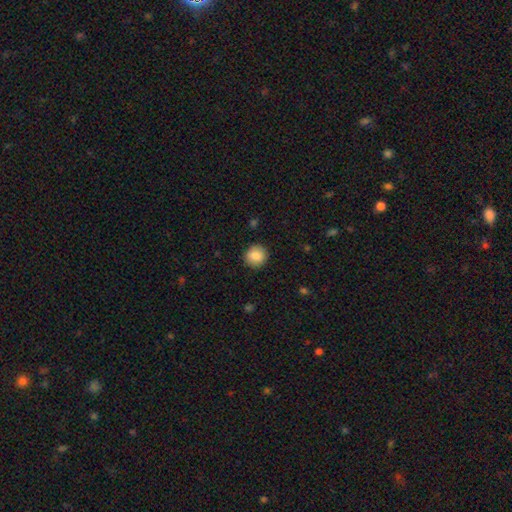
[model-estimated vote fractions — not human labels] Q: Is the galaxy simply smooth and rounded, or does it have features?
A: smooth — 87%.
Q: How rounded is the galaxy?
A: round — 91%.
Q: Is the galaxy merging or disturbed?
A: none — 91%.